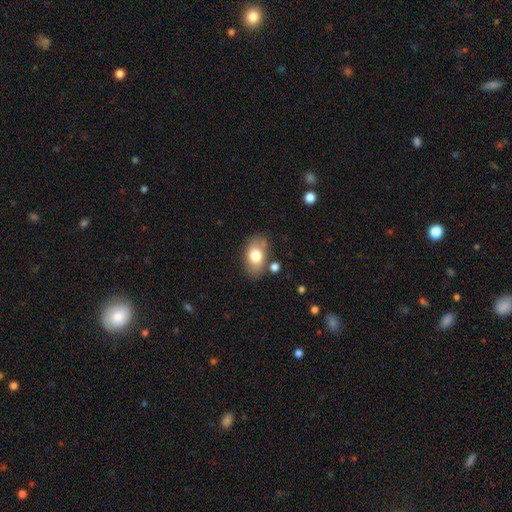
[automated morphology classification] A smooth galaxy with no disk features (72%) that is in between round and cigar-shaped (86%). Merging: none (73%).